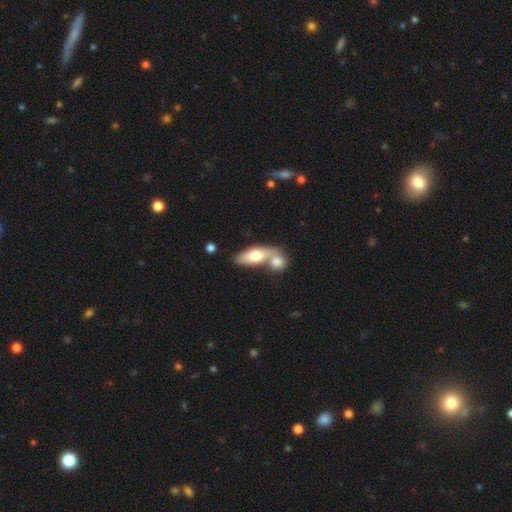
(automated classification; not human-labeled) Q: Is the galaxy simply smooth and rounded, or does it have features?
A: smooth — 71%.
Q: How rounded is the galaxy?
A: in between — 76%.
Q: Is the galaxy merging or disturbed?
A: merger — 63%.